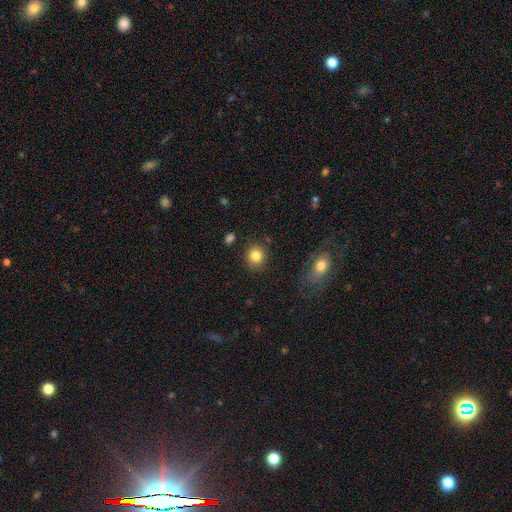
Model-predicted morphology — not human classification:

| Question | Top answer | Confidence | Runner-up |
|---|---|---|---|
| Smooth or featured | smooth | 84% | star or artifact (10%) |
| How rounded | round | 85% | in between (14%) |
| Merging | none | 87% | minor disturbance (8%) |